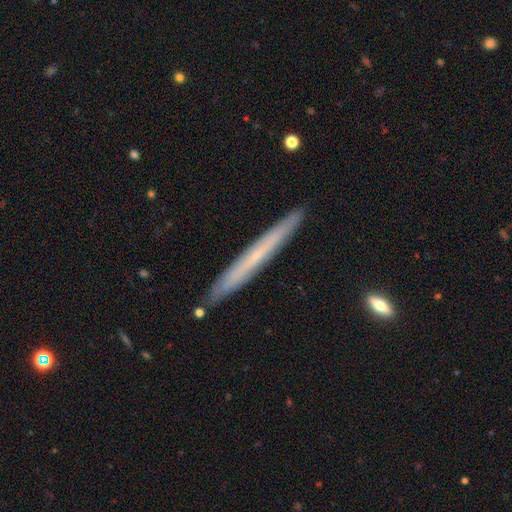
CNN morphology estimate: smooth_or_featured: featured or disk (p=0.49) [alt: smooth p=0.45]
merging: none (p=0.90) [alt: minor disturbance p=0.07]